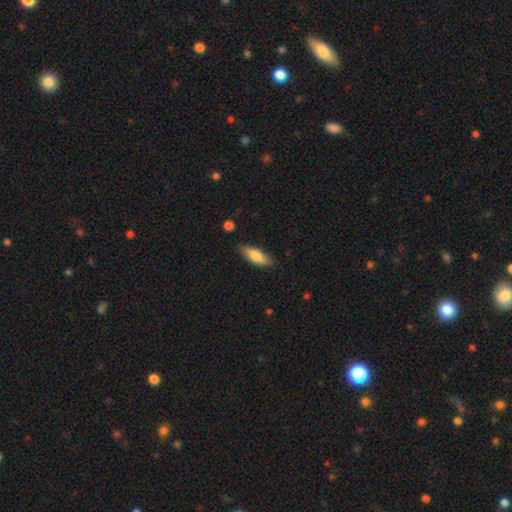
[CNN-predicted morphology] Smooth or featured? Predicted: smooth (p=0.78). How rounded? Predicted: in between (p=0.65). Merging? Predicted: none (p=0.82).